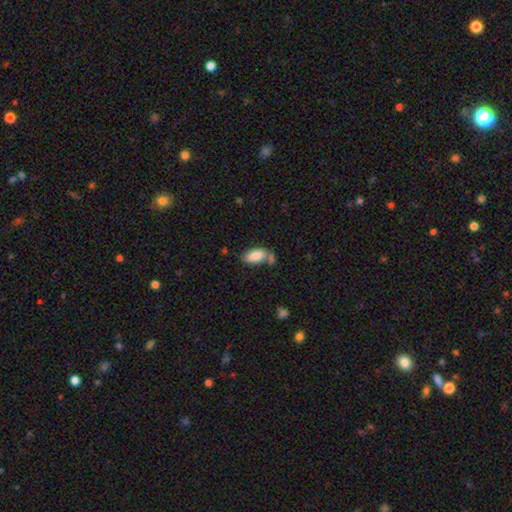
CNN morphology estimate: This is clearly a smooth galaxy (85%). How rounded: clearly in between (93%). Merging: possibly none (48%).